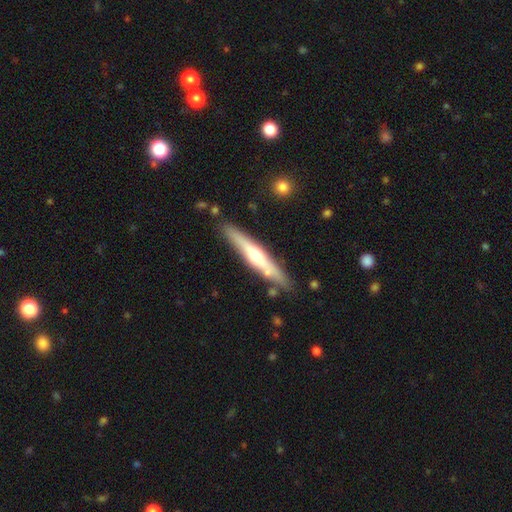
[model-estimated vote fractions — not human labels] A featured or disk galaxy (59%) viewed edge-on (94%) with a rounded central bulge (85%). Merging: none (84%).